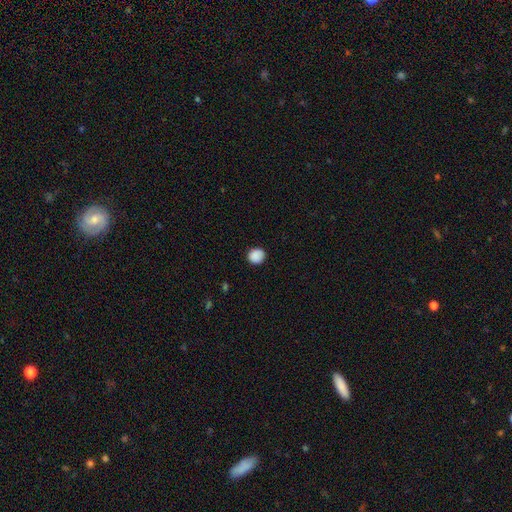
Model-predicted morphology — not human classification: Overall: smooth (89%). How rounded: round (86%). Merging: none (88%).